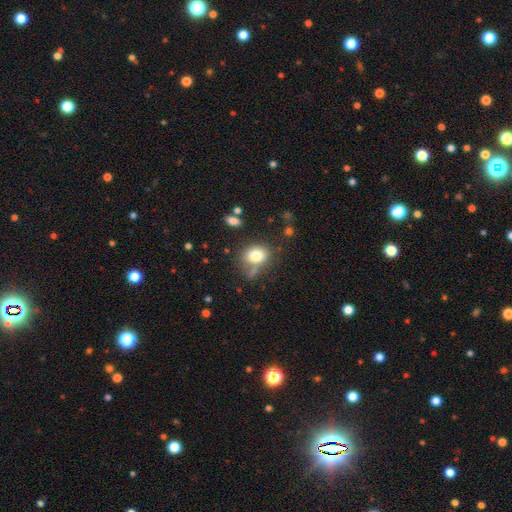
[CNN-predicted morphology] Smooth or featured?
  - smooth: 80% *
  - star or artifact: 10%
  - featured or disk: 10%
How rounded?
  - in between: 54% *
  - round: 44%
  - cigar-shaped: 1%
Merging?
  - none: 58% *
  - minor disturbance: 20%
  - merger: 13%
  - major disturbance: 9%